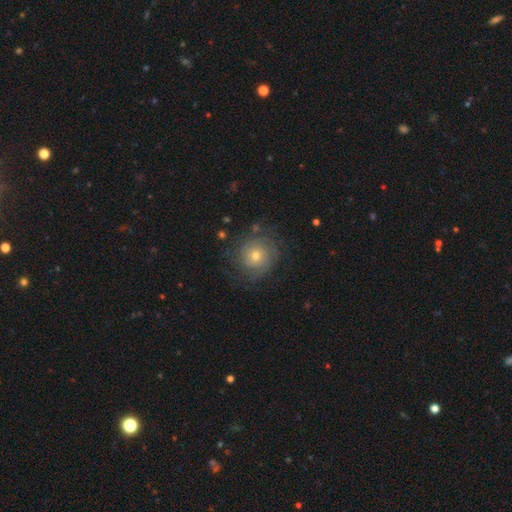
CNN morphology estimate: Smooth or featured?
  - featured or disk: 47% *
  - smooth: 40%
  - star or artifact: 13%
Merging?
  - none: 75% *
  - minor disturbance: 15%
  - major disturbance: 9%
  - merger: 2%